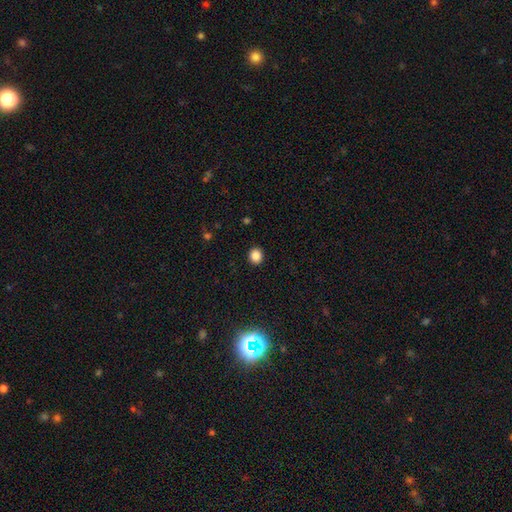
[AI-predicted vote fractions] smooth 85%, star or artifact 11%, featured or disk 3%. Down the decision tree: how rounded — round (80%); merging — none (92%).